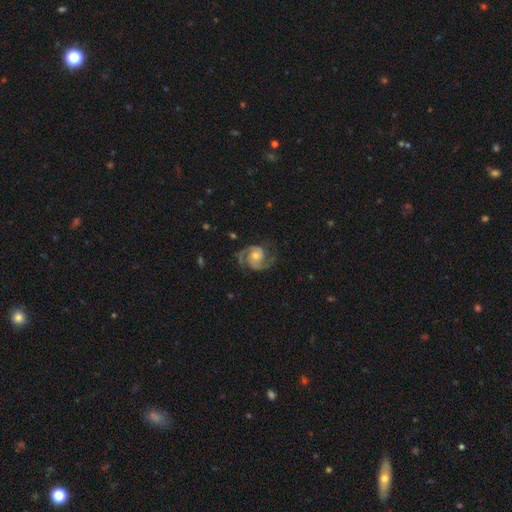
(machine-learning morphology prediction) This appears to be a featured or disk galaxy (89%) with no bar (66%), 2 (88%) medium (56%) spiral arms (98%) and a moderate central bulge (53%). Merging: none (74%).